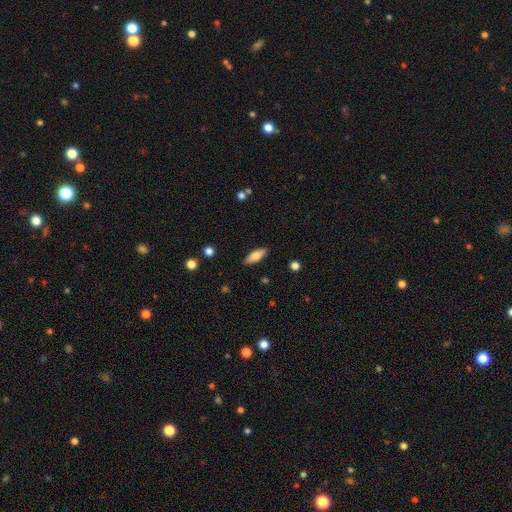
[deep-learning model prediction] smooth-or-featured: smooth: 70% | featured or disk: 24% | star or artifact: 6%
  how-rounded: in between: 63% | cigar-shaped: 35% | round: 2%
  merging: none: 88% | minor disturbance: 8% | major disturbance: 2% | merger: 1%